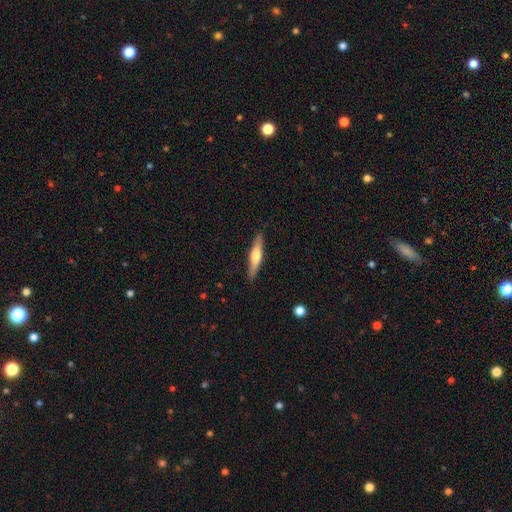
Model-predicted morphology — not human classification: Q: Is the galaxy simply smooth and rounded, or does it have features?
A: featured or disk — 49%.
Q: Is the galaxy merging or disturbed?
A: none — 89%.